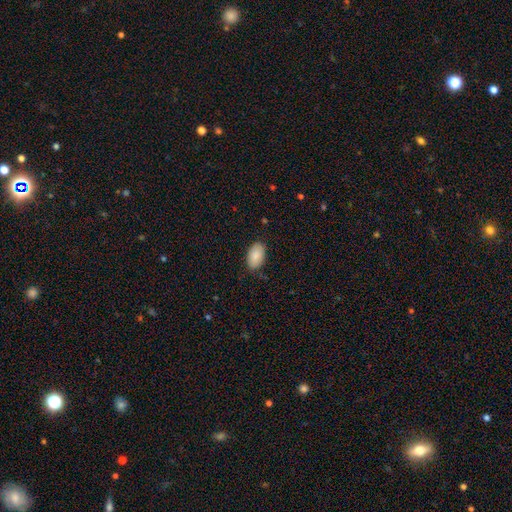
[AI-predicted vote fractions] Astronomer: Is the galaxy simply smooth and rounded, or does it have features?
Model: smooth — 89%.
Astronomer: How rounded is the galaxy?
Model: in between — 95%.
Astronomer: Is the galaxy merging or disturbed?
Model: none — 83%.